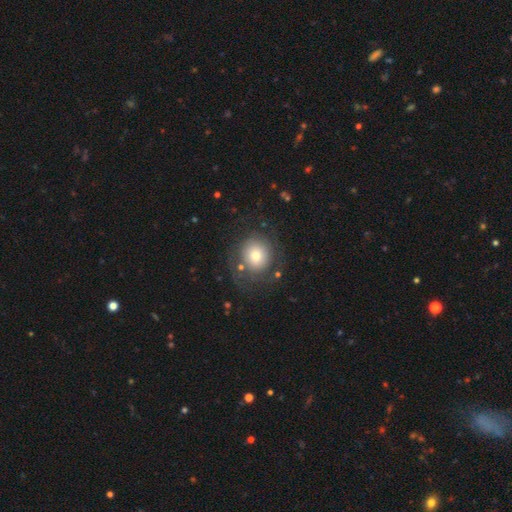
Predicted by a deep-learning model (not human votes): Smooth or featured? smooth (56%)
How rounded? round (82%)
Merging? none (67%)